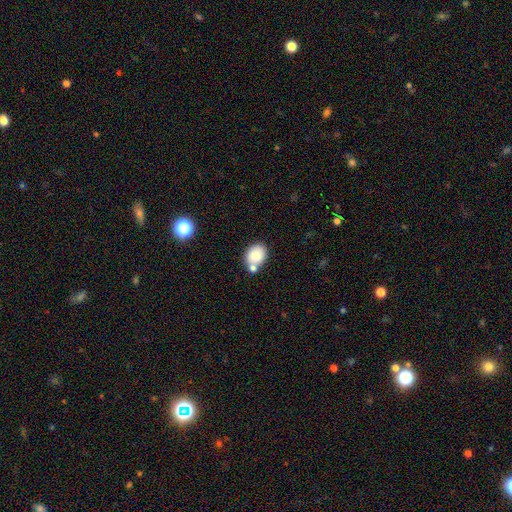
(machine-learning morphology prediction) A smooth galaxy with no disk features (79%) that is in between round and cigar-shaped (55%).

Vote fractions:
- Smooth or featured? smooth: 79% / featured or disk: 13% / star or artifact: 8%
- How rounded? in between: 55% / round: 44% / cigar-shaped: 1%
- Merging? none: 53% / merger: 27% / minor disturbance: 15% / major disturbance: 4%